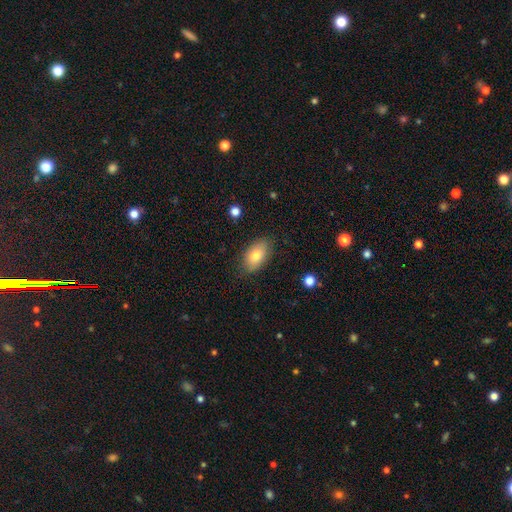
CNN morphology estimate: Q: Smooth or featured?
A: smooth (79%); runner-up: featured or disk (13%)
Q: How rounded?
A: in between (92%); runner-up: round (5%)
Q: Merging?
A: none (83%); runner-up: minor disturbance (13%)